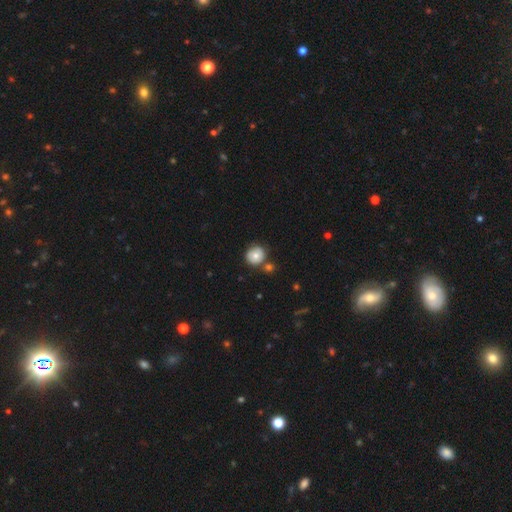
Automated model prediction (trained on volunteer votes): Smooth or featured? Predicted: smooth (p=0.73). How rounded? Predicted: round (p=0.91). Merging? Predicted: none (p=0.72).